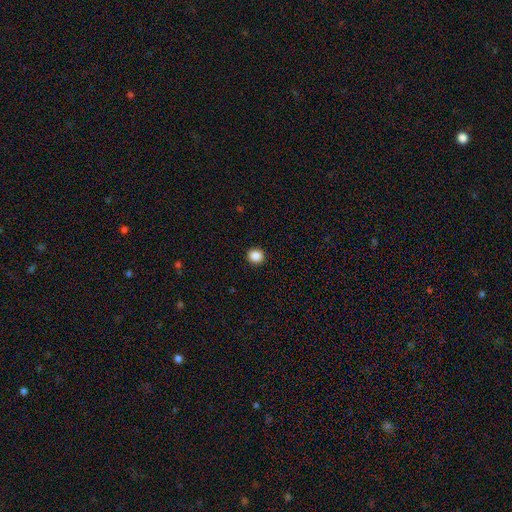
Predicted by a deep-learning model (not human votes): Smooth or featured?
  - smooth: 87% *
  - star or artifact: 10%
  - featured or disk: 3%
How rounded?
  - round: 90% *
  - in between: 9%
  - cigar-shaped: 1%
Merging?
  - none: 92% *
  - minor disturbance: 5%
  - major disturbance: 2%
  - merger: 1%